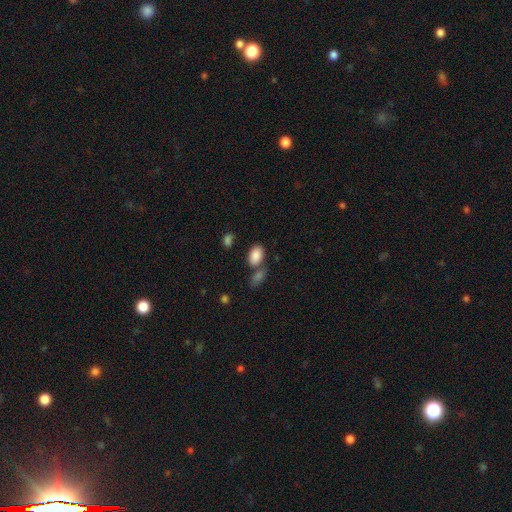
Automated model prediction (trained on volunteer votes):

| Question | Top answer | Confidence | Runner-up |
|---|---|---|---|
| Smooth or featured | smooth | 86% | star or artifact (8%) |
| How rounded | in between | 91% | round (8%) |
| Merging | none | 56% | merger (27%) |